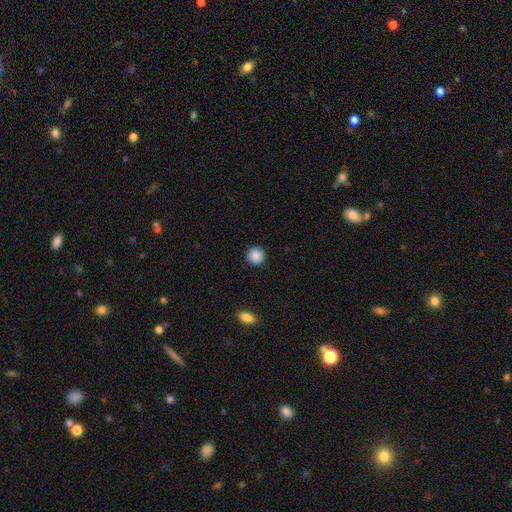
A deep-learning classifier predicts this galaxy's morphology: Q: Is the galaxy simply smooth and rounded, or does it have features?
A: smooth — 88%.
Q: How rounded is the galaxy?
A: round — 94%.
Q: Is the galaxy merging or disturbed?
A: none — 92%.